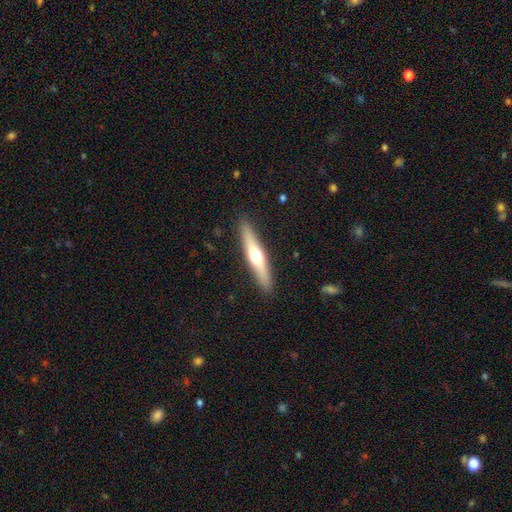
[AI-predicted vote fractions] This is possibly a featured or disk galaxy (50%). Merging: clearly none (90%).